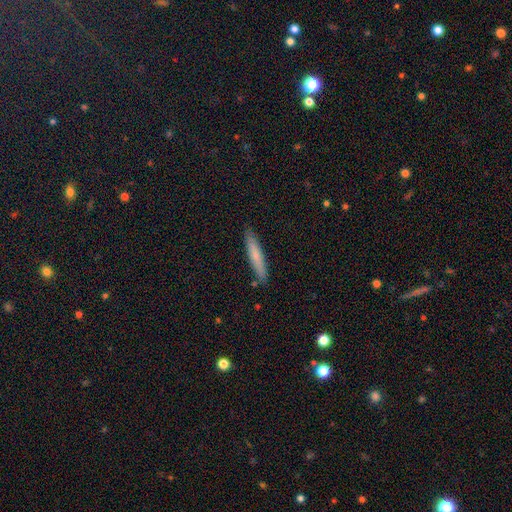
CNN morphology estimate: smooth-or-featured: smooth: 74% | featured or disk: 20% | star or artifact: 6%
  how-rounded: cigar-shaped: 92% | in between: 7% | round: 1%
  merging: none: 88% | minor disturbance: 9% | merger: 2% | major disturbance: 2%